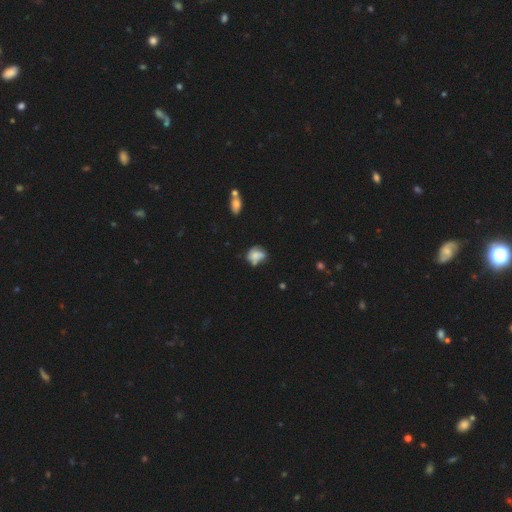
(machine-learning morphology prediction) smooth_or_featured: smooth (p=0.65) [alt: featured or disk p=0.24]
how_rounded: in between (p=0.50) [alt: round p=0.49]
merging: none (p=0.38) [alt: minor disturbance p=0.32]